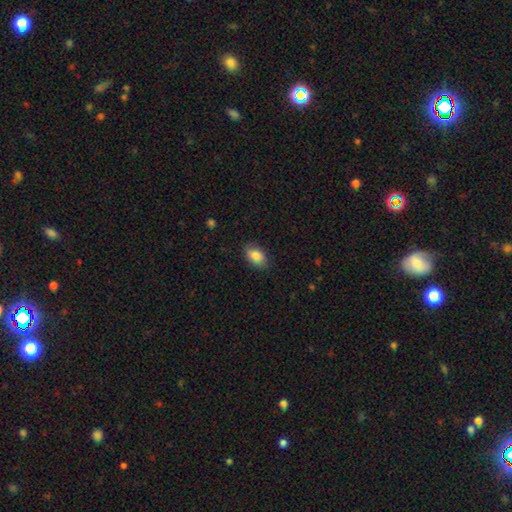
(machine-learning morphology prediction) smooth_or_featured: smooth (p=0.84) [alt: featured or disk p=0.09]
how_rounded: in between (p=0.91) [alt: round p=0.07]
merging: none (p=0.83) [alt: minor disturbance p=0.13]